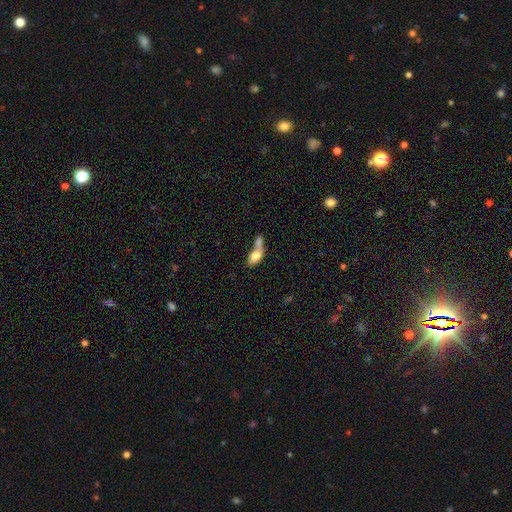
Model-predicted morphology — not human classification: This appears to be a smooth galaxy with no disk features (74%) that is in between round and cigar-shaped (84%). Merging: merger (68%).